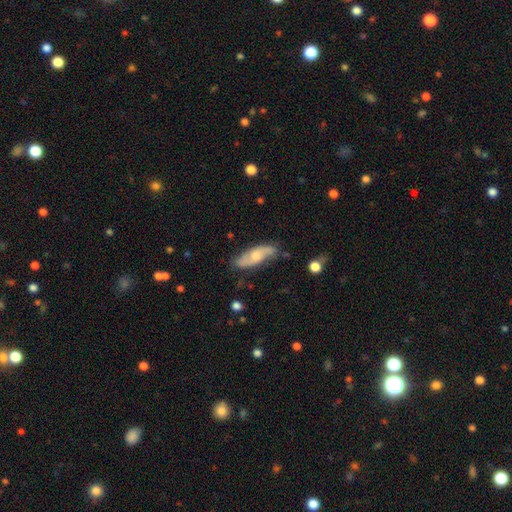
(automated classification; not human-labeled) Smooth or featured: featured or disk — 50% (smooth — 44%)
Edge-on disk: no — 78% (yes — 22%)
Merging: none — 73% (minor disturbance — 20%)